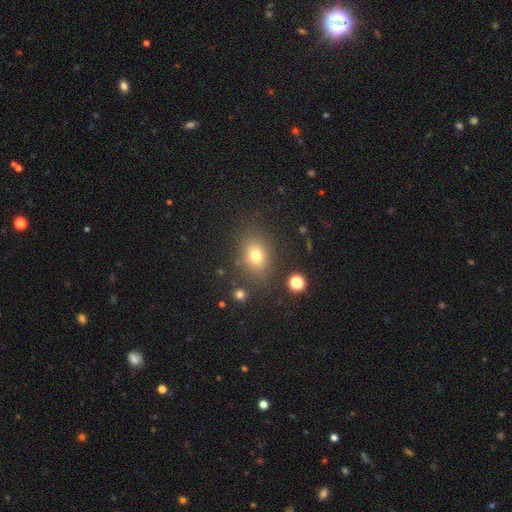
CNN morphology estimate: smooth-or-featured: smooth: 74% | star or artifact: 16% | featured or disk: 10%
  how-rounded: in between: 57% | round: 41% | cigar-shaped: 1%
  merging: none: 80% | minor disturbance: 11% | major disturbance: 5% | merger: 4%